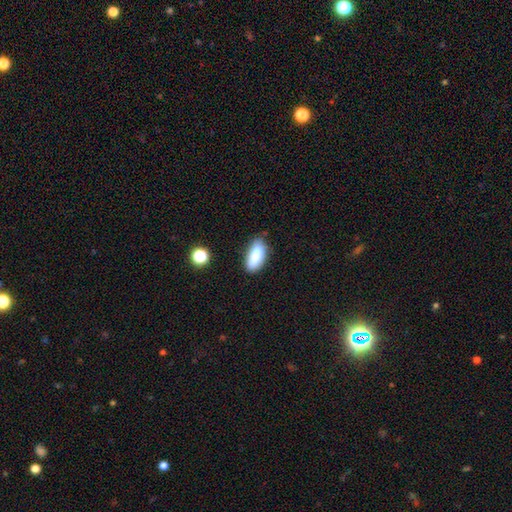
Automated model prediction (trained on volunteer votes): Smooth or featured? Predicted: smooth (p=0.86). How rounded? Predicted: in between (p=0.87). Merging? Predicted: none (p=0.77).